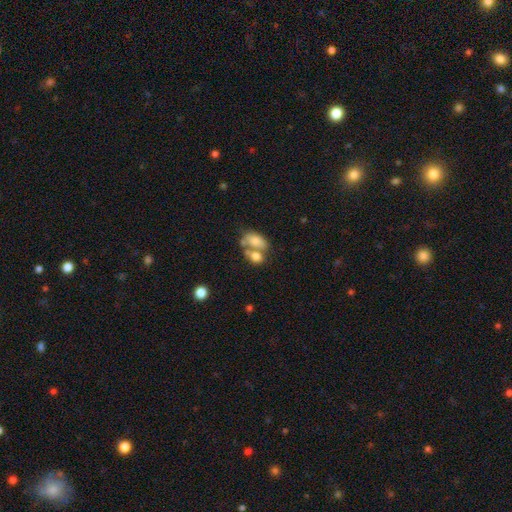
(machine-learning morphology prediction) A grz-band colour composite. It shows a smooth galaxy with no disk features (74%) that is in between round and cigar-shaped (77%). Merging: merger (53%).